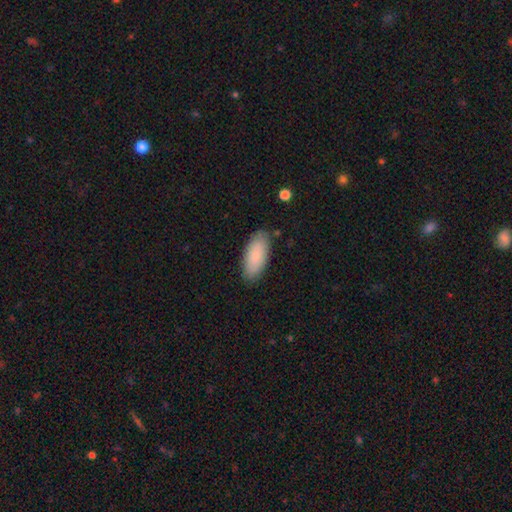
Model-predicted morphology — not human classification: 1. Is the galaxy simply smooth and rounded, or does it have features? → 85% smooth, 9% featured or disk, 6% star or artifact.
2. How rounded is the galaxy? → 88% in between, 11% cigar-shaped, 2% round.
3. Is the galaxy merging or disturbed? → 84% none, 12% minor disturbance, 2% major disturbance, 1% merger.